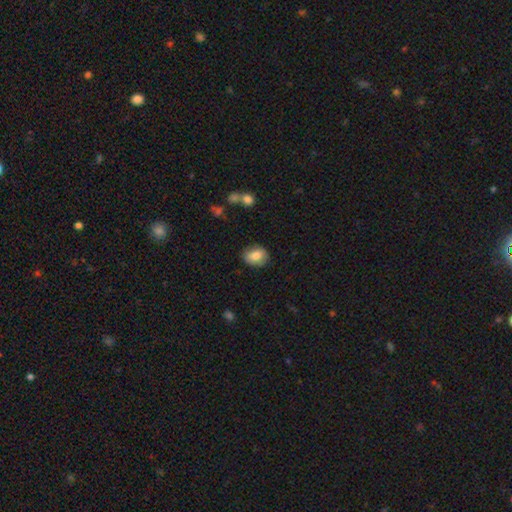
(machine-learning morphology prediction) smooth_or_featured: smooth (p=0.80) [alt: featured or disk p=0.12]
how_rounded: in between (p=0.64) [alt: round p=0.35]
merging: none (p=0.81) [alt: minor disturbance p=0.15]